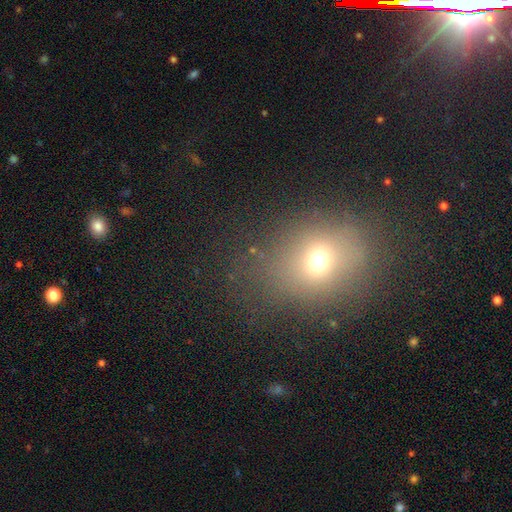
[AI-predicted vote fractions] Q: Smooth or featured?
A: smooth (57%); runner-up: star or artifact (31%)
Q: How rounded?
A: round (56%); runner-up: in between (43%)
Q: Merging?
A: none (81%); runner-up: minor disturbance (11%)